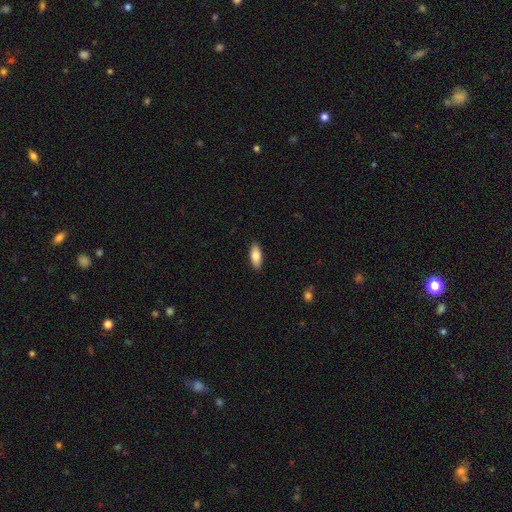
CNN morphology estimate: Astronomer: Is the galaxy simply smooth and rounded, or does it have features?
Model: smooth — 80%.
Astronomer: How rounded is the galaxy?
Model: in between — 80%.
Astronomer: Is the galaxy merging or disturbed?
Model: none — 89%.